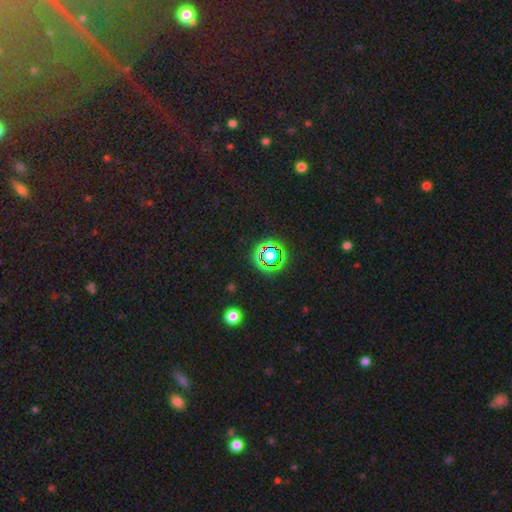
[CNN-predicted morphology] Smooth or featured? star or artifact (77%)